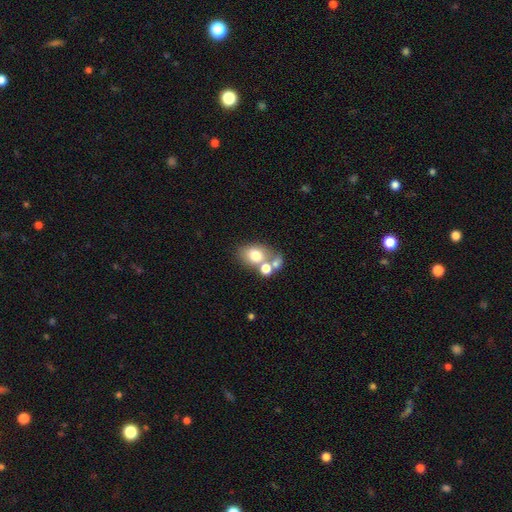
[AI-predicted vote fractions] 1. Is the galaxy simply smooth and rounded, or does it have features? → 72% smooth, 18% featured or disk, 10% star or artifact.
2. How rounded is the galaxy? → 63% in between, 36% round, 1% cigar-shaped.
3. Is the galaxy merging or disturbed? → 44% none, 38% merger, 12% minor disturbance, 6% major disturbance.